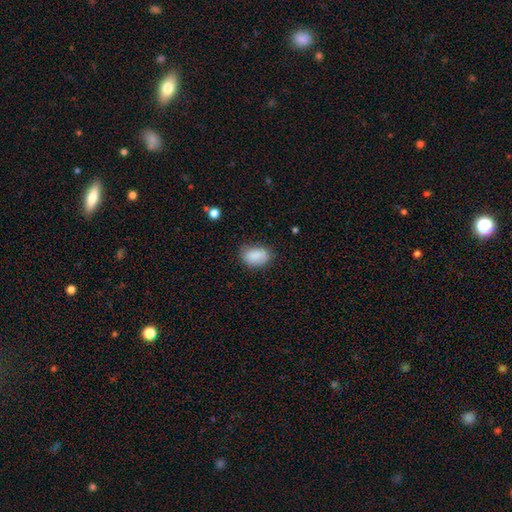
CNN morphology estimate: smooth_or_featured: smooth (p=0.87) [alt: star or artifact p=0.08]
how_rounded: in between (p=0.87) [alt: round p=0.11]
merging: none (p=0.72) [alt: minor disturbance p=0.22]